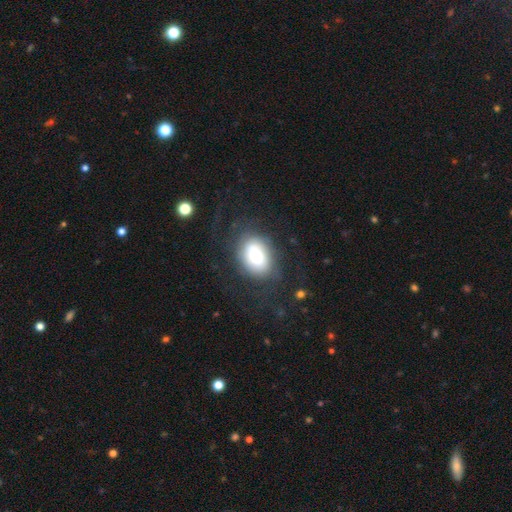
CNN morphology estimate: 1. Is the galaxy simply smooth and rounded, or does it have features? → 58% smooth, 32% featured or disk, 10% star or artifact.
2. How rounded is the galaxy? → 79% in between, 19% round, 1% cigar-shaped.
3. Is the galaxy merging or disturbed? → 60% none, 20% minor disturbance, 18% major disturbance, 2% merger.